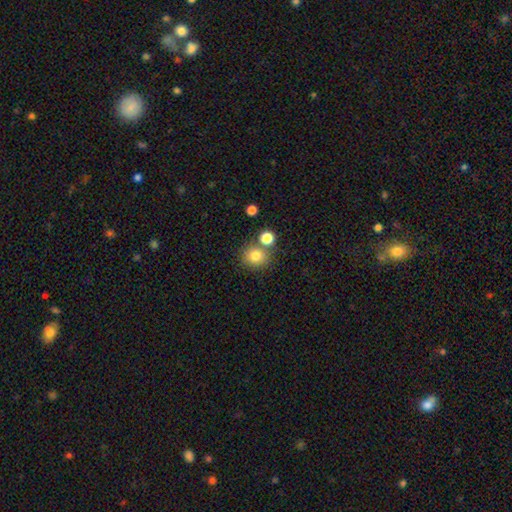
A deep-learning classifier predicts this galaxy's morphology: smooth-or-featured: smooth: 80% | star or artifact: 13% | featured or disk: 8%
  how-rounded: round: 87% | in between: 12% | cigar-shaped: 1%
  merging: none: 70% | merger: 18% | minor disturbance: 9% | major disturbance: 3%